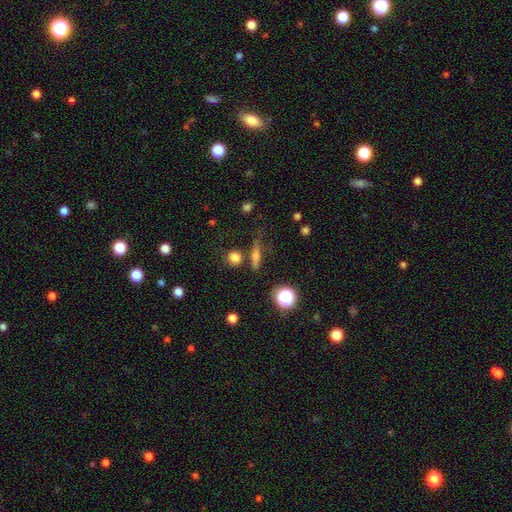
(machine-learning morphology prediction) A smooth galaxy with no disk features (62%) that is cigar-shaped (59%).

Vote fractions:
- Smooth or featured? smooth: 62% / featured or disk: 22% / star or artifact: 16%
- How rounded? cigar-shaped: 59% / in between: 23% / round: 18%
- Merging? none: 71% / minor disturbance: 15% / merger: 8% / major disturbance: 6%